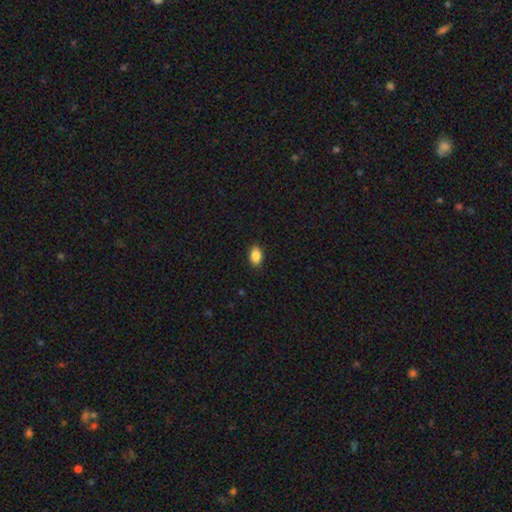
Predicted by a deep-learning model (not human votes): Smooth or featured: smooth — 87% (star or artifact — 8%)
How rounded: in between — 85% (round — 14%)
Merging: none — 89% (minor disturbance — 8%)